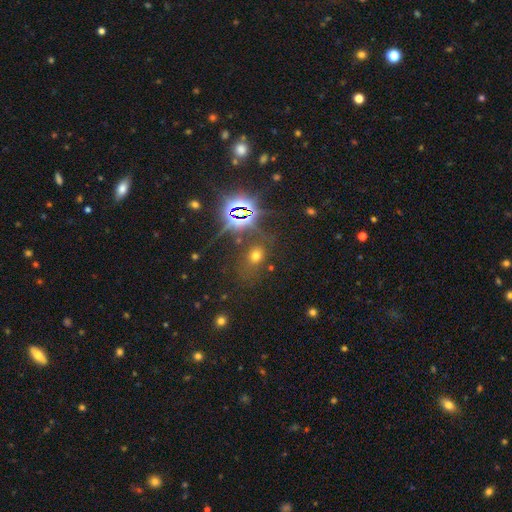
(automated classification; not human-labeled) Q: Smooth or featured?
A: smooth (52%); runner-up: star or artifact (37%)
Q: How rounded?
A: in between (55%); runner-up: round (43%)
Q: Merging?
A: none (72%); runner-up: minor disturbance (14%)